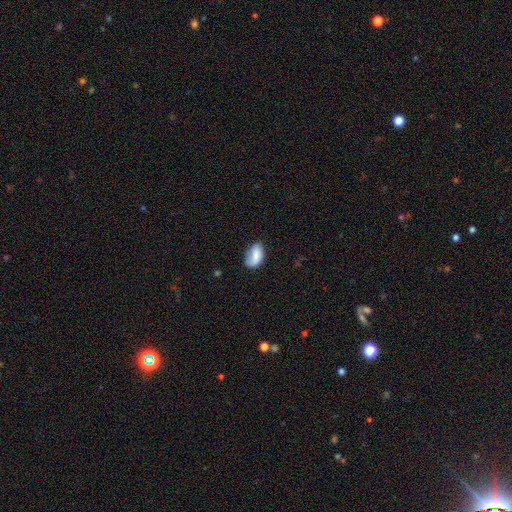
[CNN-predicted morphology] Overall: smooth (73%). How rounded: in between (91%). Merging: none (61%; minor disturbance 28%).